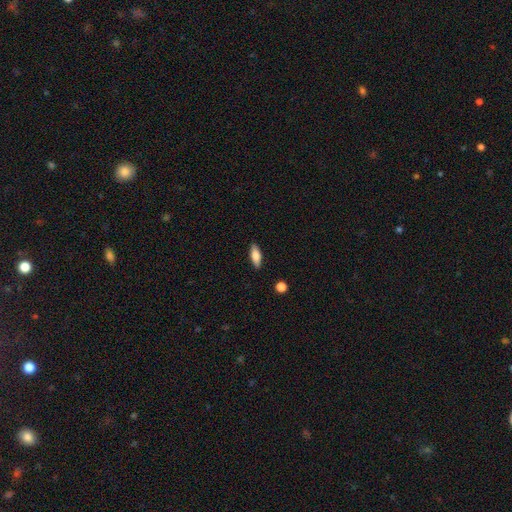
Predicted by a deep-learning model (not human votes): Smooth or featured? Predicted: smooth (p=0.76). How rounded? Predicted: in between (p=0.67). Merging? Predicted: none (p=0.88).